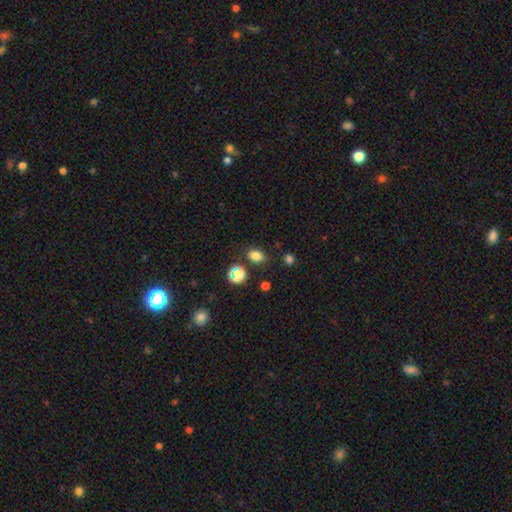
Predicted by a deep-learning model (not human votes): smooth-or-featured: smooth: 76% | star or artifact: 18% | featured or disk: 6%
  how-rounded: in between: 73% | round: 26% | cigar-shaped: 2%
  merging: none: 81% | minor disturbance: 11% | merger: 5% | major disturbance: 3%